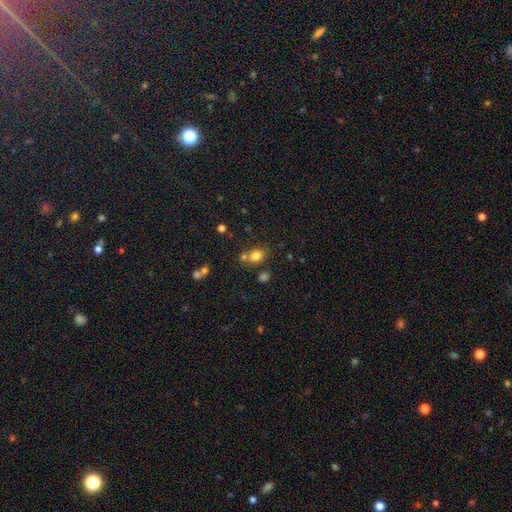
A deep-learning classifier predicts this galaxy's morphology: Smooth or featured? smooth (79%)
How rounded? round (50%)
Merging? none (63%)